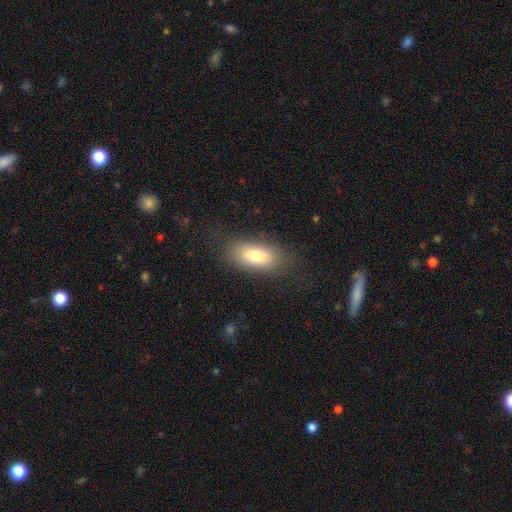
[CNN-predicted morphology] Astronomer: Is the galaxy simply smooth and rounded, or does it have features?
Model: smooth — 76%.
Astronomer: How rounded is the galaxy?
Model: in between — 87%.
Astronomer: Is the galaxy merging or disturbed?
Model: none — 79%.